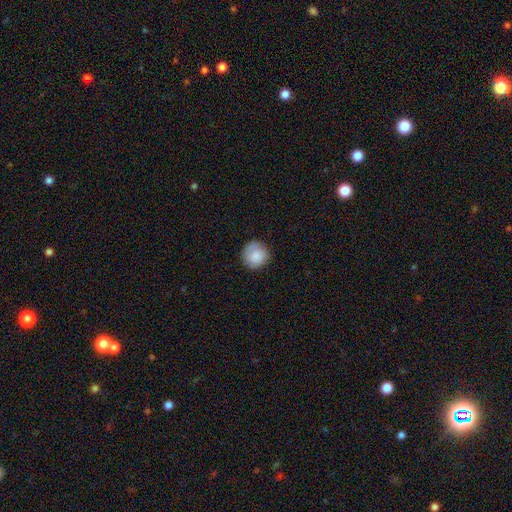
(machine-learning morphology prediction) Q: Smooth or featured?
A: smooth (86%); runner-up: star or artifact (7%)
Q: How rounded?
A: round (93%); runner-up: in between (6%)
Q: Merging?
A: none (83%); runner-up: minor disturbance (13%)